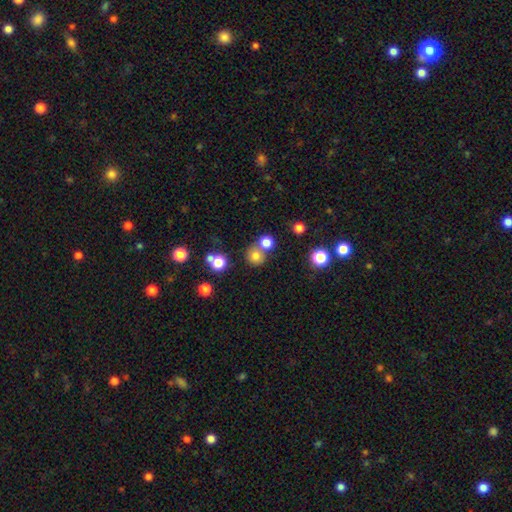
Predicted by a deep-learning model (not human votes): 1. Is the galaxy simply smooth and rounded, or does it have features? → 75% smooth, 16% star or artifact, 8% featured or disk.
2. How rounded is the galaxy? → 89% round, 10% in between, 1% cigar-shaped.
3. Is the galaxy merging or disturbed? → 63% none, 25% merger, 8% minor disturbance, 4% major disturbance.